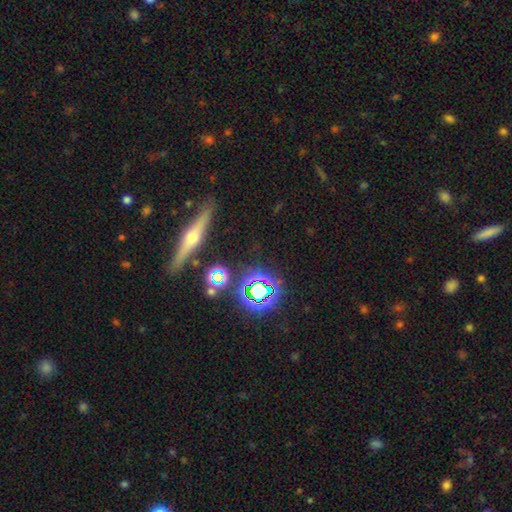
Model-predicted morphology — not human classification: The model was most divided on "smooth or featured": featured or disk: 50%, star or artifact: 31%, smooth: 19%. More confident: edge-on disk — yes (89%); merging — none (86%).